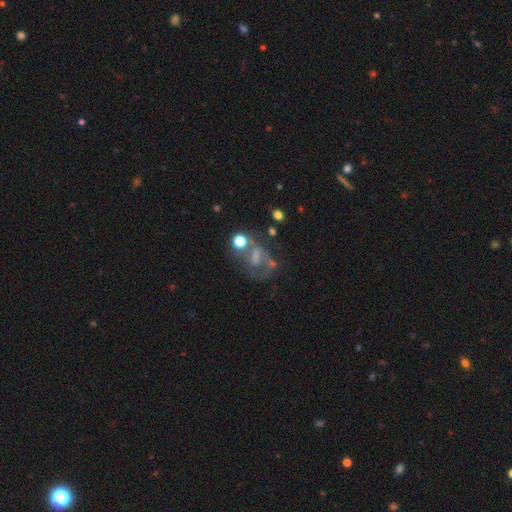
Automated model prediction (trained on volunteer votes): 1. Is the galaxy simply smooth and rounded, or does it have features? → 53% featured or disk, 24% smooth, 23% star or artifact.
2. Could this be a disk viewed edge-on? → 96% no, 4% yes.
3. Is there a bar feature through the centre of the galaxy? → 46% no, 36% weak, 19% strong.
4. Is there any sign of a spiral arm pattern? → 51% yes, 49% no.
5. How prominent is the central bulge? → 40% none, 31% small, 22% moderate, 5% large, 2% dominant.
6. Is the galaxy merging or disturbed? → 40% none, 28% major disturbance, 18% minor disturbance, 14% merger.